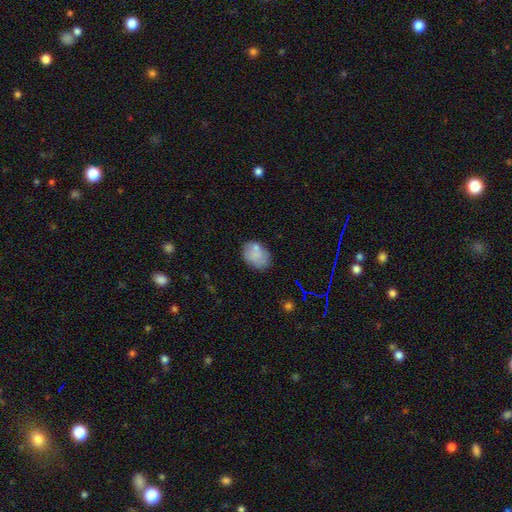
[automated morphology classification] smooth_or_featured: smooth (p=0.77) [alt: featured or disk p=0.14]
how_rounded: in between (p=0.75) [alt: round p=0.23]
merging: none (p=0.66) [alt: minor disturbance p=0.19]